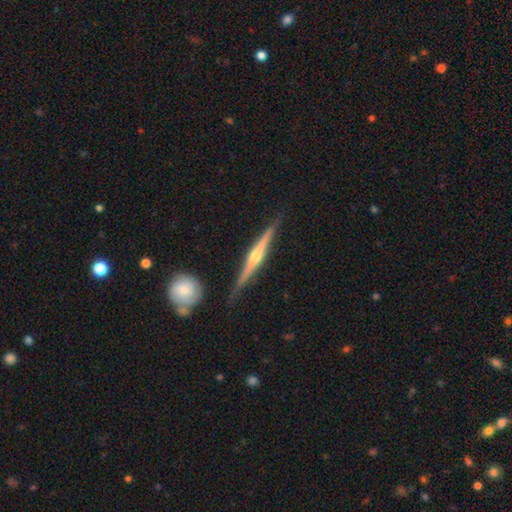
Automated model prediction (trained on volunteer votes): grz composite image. It shows a featured or disk galaxy (82%) viewed edge-on (98%) with a rounded central bulge (88%). Merging: none (84%).